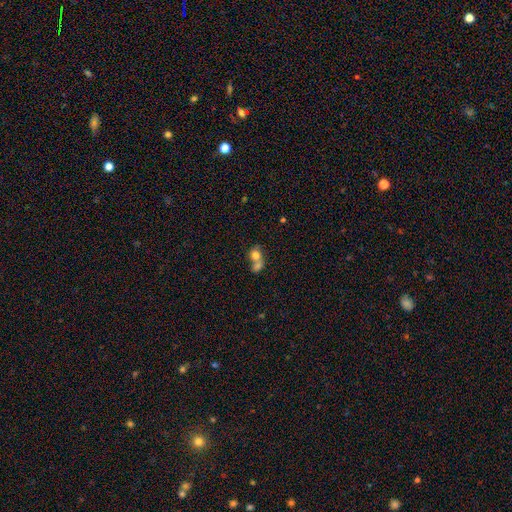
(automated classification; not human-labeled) Smooth or featured? smooth (72%)
How rounded? round (65%)
Merging? merger (70%)